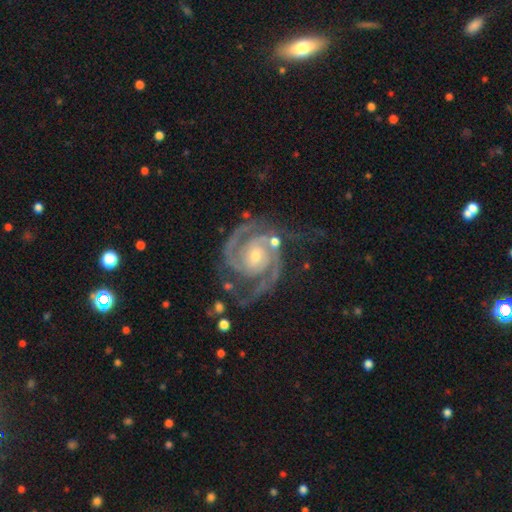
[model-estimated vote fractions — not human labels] smooth-or-featured: featured or disk: 93% | star or artifact: 4% | smooth: 3%
  disk-edge-on: no: 98% | yes: 2%
    bar: no: 60% | weak: 29% | strong: 11%
    has-spiral-arms: yes: 99% | no: 1%
      spiral-winding: tight: 58% | medium: 37% | loose: 5%
      spiral-arm-count: 2: 80% | 3: 10% | can't tell: 4% | 4: 2% | 1: 2% | more than 4: 2%
    bulge-size: small: 57% | moderate: 39% | large: 2% | none: 1% | dominant: 1%
  merging: none: 66% | minor disturbance: 18% | major disturbance: 10% | merger: 5%